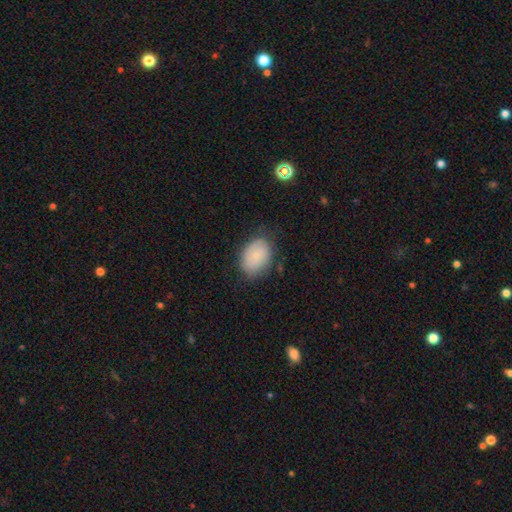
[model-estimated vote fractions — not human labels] Smooth or featured? smooth (81%)
How rounded? in between (78%)
Merging? none (71%)